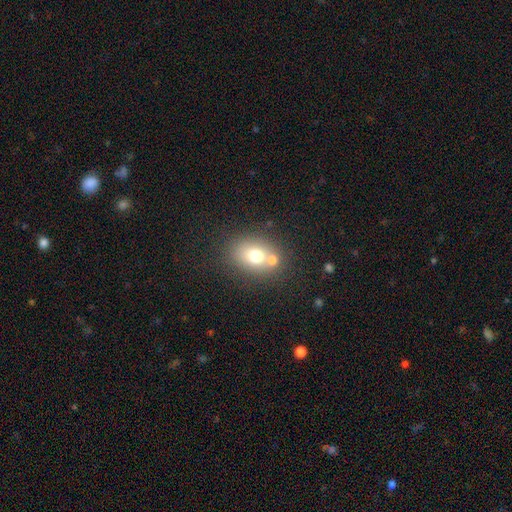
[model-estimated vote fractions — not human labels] Smooth or featured: smooth — 70% (featured or disk — 17%)
How rounded: in between — 53% (round — 46%)
Merging: none — 55% (merger — 30%)